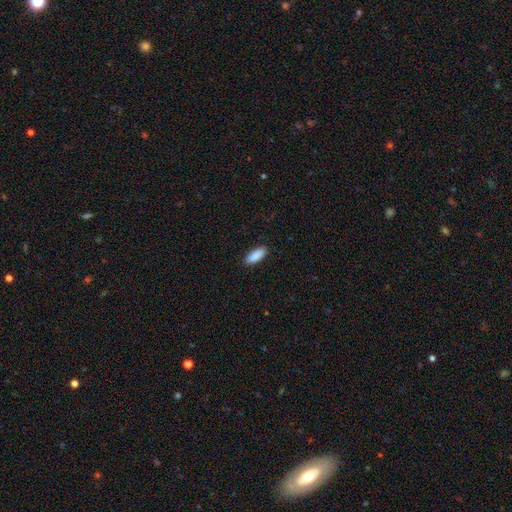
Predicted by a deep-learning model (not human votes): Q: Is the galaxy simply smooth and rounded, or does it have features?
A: smooth — 90%.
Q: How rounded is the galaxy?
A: in between — 76%.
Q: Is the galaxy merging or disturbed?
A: none — 89%.